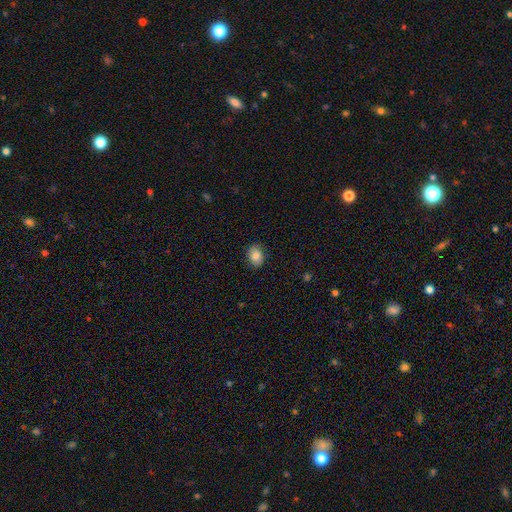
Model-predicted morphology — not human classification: type=smooth (83%); roundness=in between (63%); merging=none (86%).